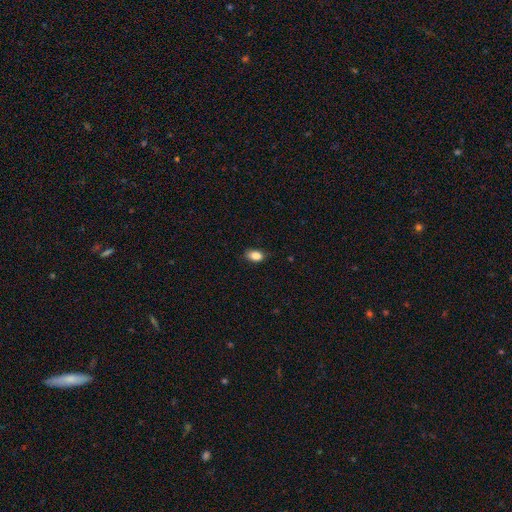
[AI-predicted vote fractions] Smooth or featured? Predicted: smooth (p=0.87). How rounded? Predicted: in between (p=0.86). Merging? Predicted: none (p=0.81).